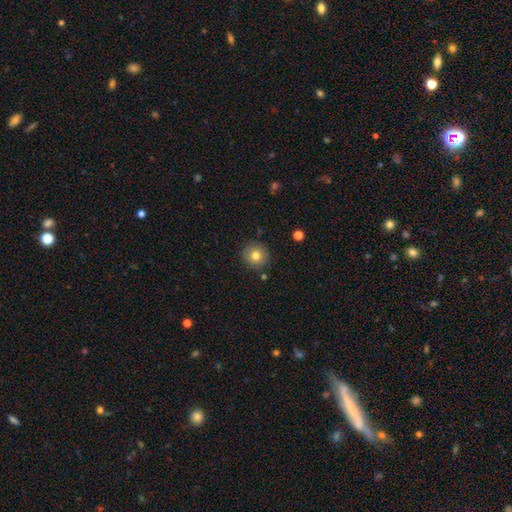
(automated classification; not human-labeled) Overall: smooth (79%). How rounded: round (94%). Merging: none (89%).